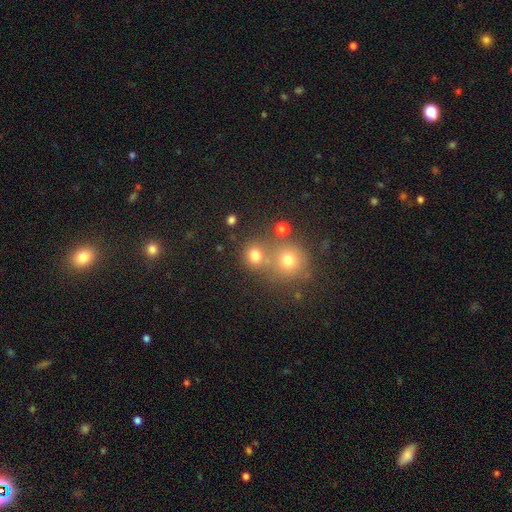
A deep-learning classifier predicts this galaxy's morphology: Smooth or featured: smooth — 68% (star or artifact — 21%)
How rounded: round — 84% (in between — 15%)
Merging: none — 53% (merger — 36%)